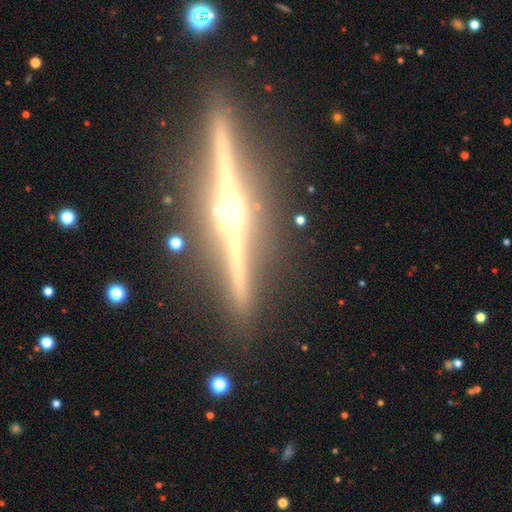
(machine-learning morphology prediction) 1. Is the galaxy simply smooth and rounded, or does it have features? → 90% featured or disk, 5% star or artifact, 5% smooth.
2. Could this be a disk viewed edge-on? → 98% yes, 2% no.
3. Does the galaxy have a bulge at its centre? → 93% rounded, 5% boxy, 2% none.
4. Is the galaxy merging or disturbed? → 90% none, 7% minor disturbance, 2% major disturbance, 2% merger.